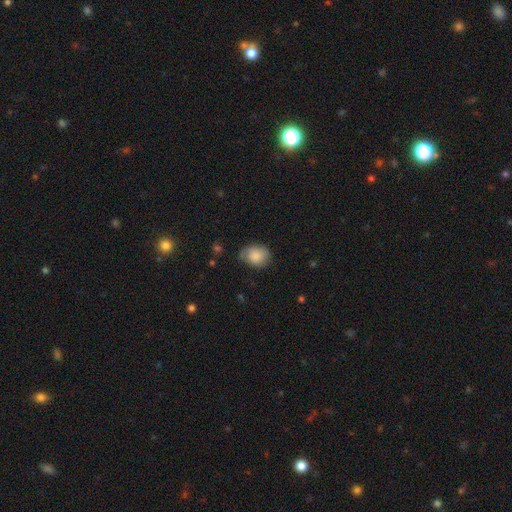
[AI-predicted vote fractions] A smooth galaxy with no disk features (78%) that is in between round and cigar-shaped (58%).

Vote fractions:
- Smooth or featured? smooth: 78% / featured or disk: 14% / star or artifact: 7%
- How rounded? in between: 58% / round: 41% / cigar-shaped: 1%
- Merging? none: 61% / minor disturbance: 29% / major disturbance: 8% / merger: 2%